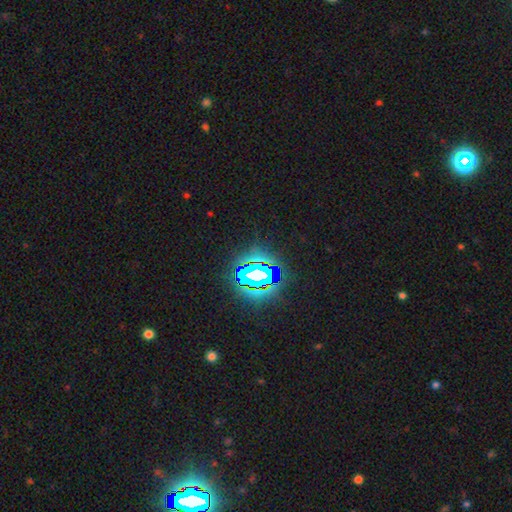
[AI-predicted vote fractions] Smooth or featured? star or artifact (85%)